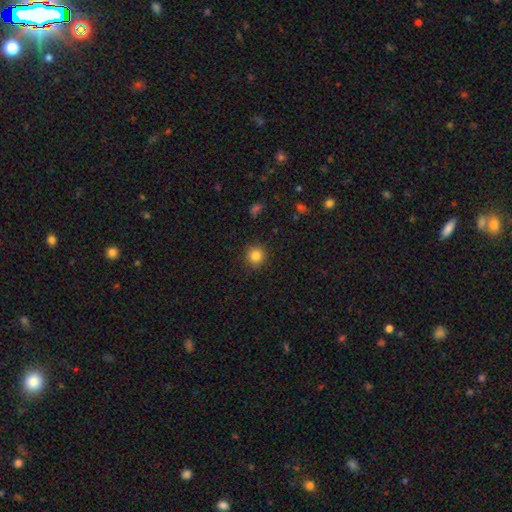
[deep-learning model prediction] Smooth or featured? smooth (84%)
How rounded? round (92%)
Merging? none (90%)